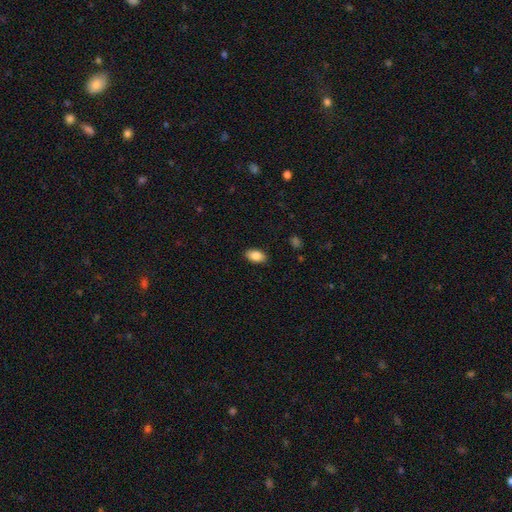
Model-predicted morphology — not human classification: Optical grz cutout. It shows a smooth galaxy with no disk features (87%) that is in between round and cigar-shaped (92%). Merging: none (86%).